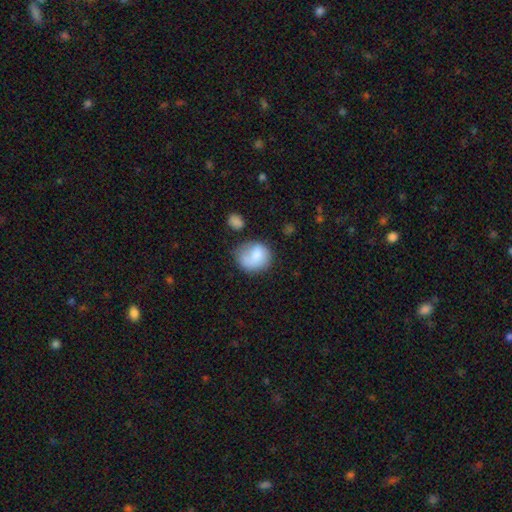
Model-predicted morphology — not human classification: Smooth or featured: smooth — 76% (featured or disk — 16%)
How rounded: round — 70% (in between — 29%)
Merging: none — 47% (minor disturbance — 29%)